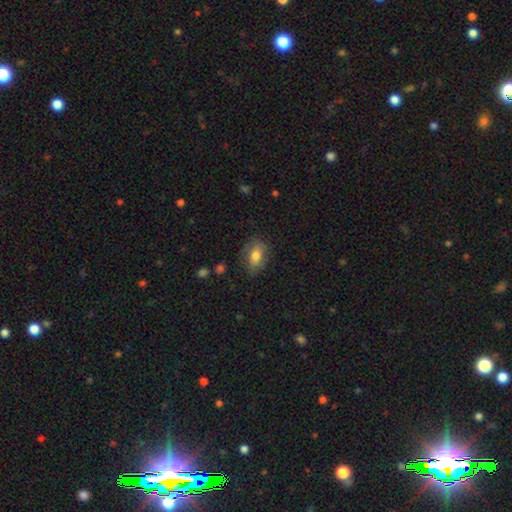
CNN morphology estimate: smooth_or_featured: smooth (p=0.72) [alt: featured or disk p=0.20]
how_rounded: in between (p=0.84) [alt: round p=0.12]
merging: none (p=0.74) [alt: minor disturbance p=0.19]